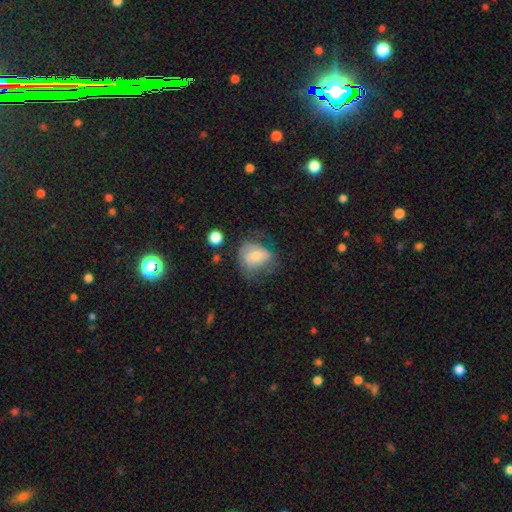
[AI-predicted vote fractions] Smooth or featured? smooth (57%)
How rounded? round (56%)
Merging? none (39%)